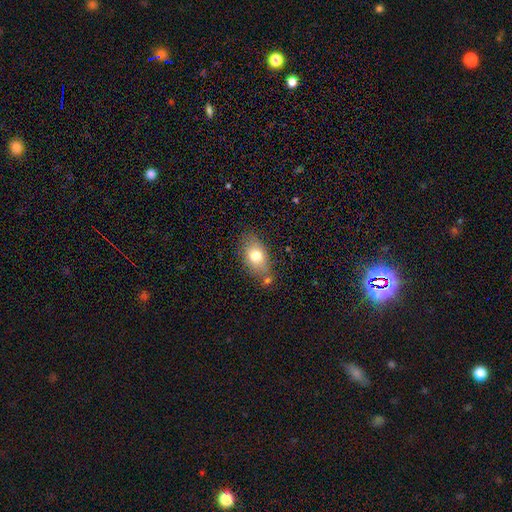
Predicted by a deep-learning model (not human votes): Smooth or featured? smooth (73%)
How rounded? in between (83%)
Merging? none (67%)